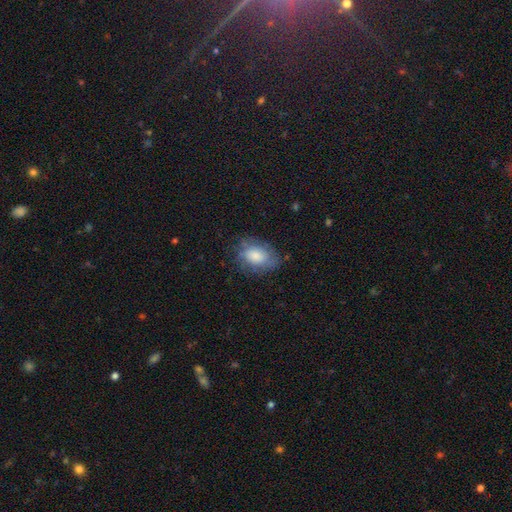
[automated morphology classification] This is likely a smooth galaxy (65%). How rounded: clearly in between (83%). Merging: likely none (67%).